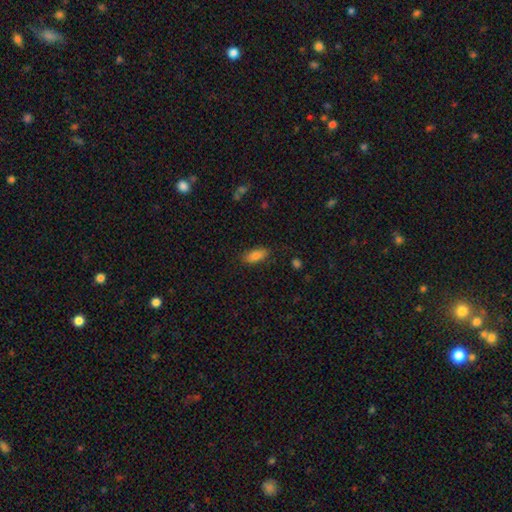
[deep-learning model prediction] Overall: smooth (83%). How rounded: in between (83%). Merging: none (84%).